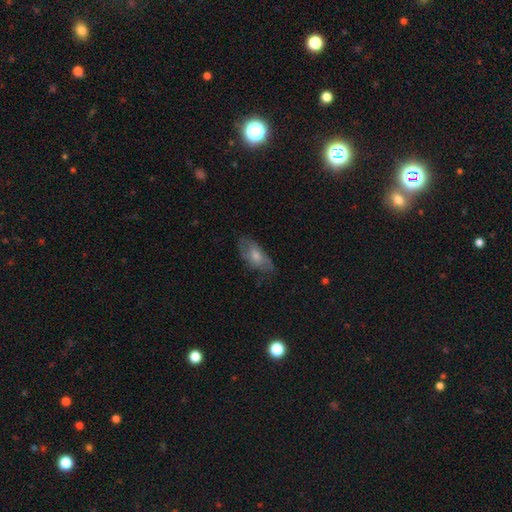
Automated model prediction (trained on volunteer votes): Smooth or featured: featured or disk — 48% (smooth — 39%)
Merging: none — 66% (minor disturbance — 23%)